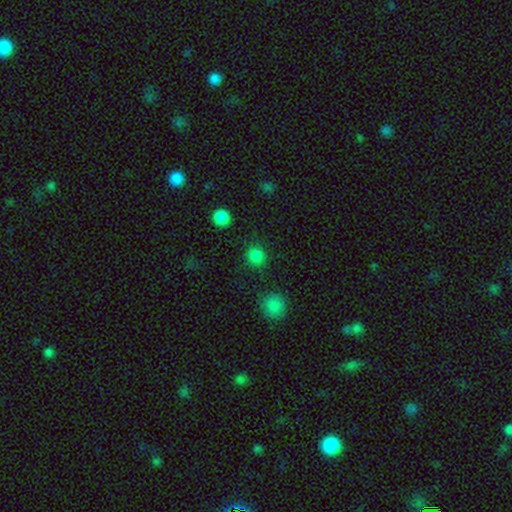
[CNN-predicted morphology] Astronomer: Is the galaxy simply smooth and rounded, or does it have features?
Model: smooth — 84%.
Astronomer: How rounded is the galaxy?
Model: round — 91%.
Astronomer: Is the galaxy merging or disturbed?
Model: none — 86%.